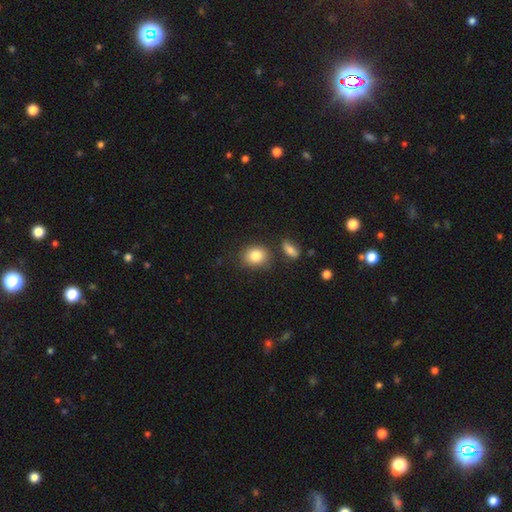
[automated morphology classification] Smooth or featured?
  - smooth: 84% *
  - star or artifact: 9%
  - featured or disk: 7%
How rounded?
  - round: 62% *
  - in between: 37%
  - cigar-shaped: 1%
Merging?
  - none: 77% *
  - minor disturbance: 12%
  - merger: 8%
  - major disturbance: 3%